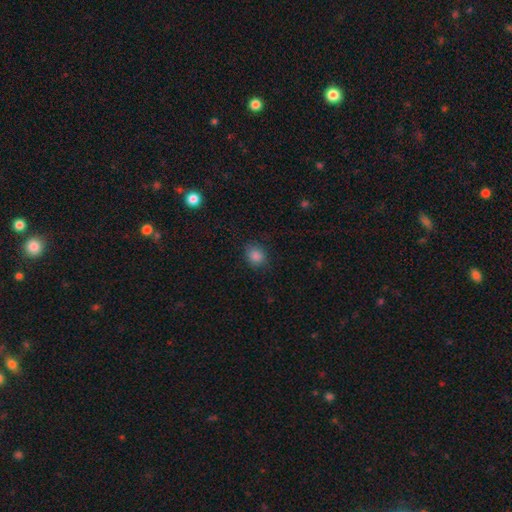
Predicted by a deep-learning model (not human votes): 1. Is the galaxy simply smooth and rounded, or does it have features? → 85% smooth, 11% star or artifact, 4% featured or disk.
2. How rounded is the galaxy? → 63% round, 36% in between, 1% cigar-shaped.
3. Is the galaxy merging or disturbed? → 84% none, 12% minor disturbance, 3% major disturbance, 1% merger.